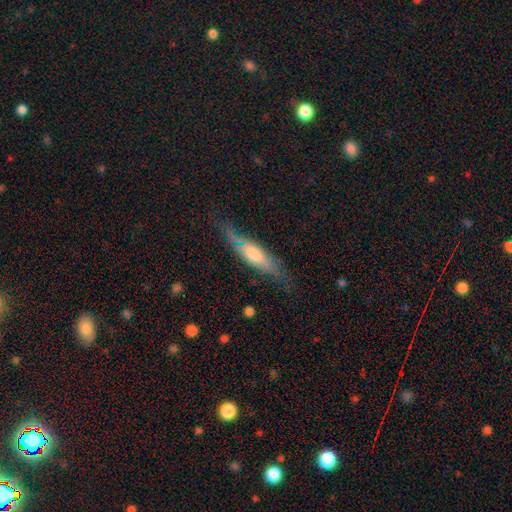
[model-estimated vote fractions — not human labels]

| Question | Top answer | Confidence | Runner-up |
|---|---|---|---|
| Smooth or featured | smooth | 52% | featured or disk (42%) |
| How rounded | cigar-shaped | 57% | in between (40%) |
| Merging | none | 64% | minor disturbance (23%) |